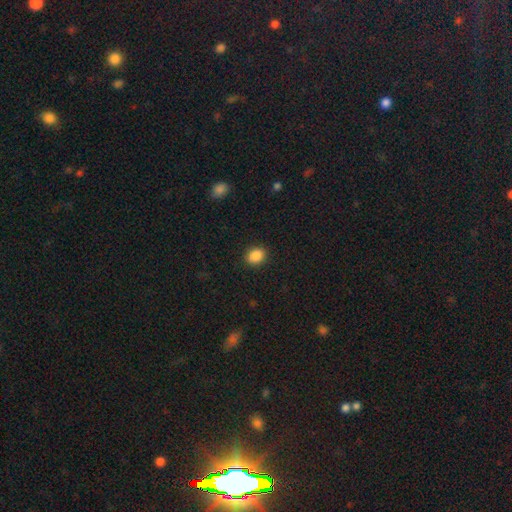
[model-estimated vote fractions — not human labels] smooth-or-featured: smooth: 88% | star or artifact: 9% | featured or disk: 3%
  how-rounded: in between: 51% | round: 48% | cigar-shaped: 1%
  merging: none: 89% | minor disturbance: 7% | major disturbance: 2% | merger: 1%